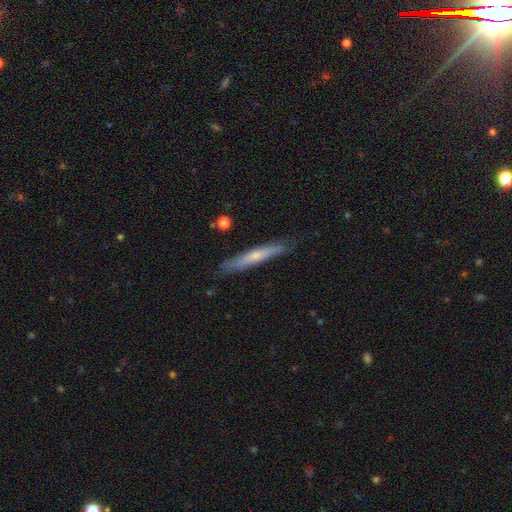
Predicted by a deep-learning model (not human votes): Overall: smooth (47%, tied with featured or disk). Merging: none (83%).